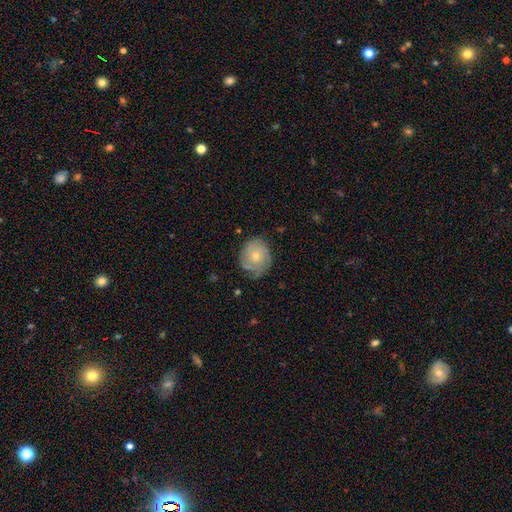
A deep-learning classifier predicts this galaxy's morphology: This appears to be a featured or disk galaxy (65%) with no bar (83%), tight (67%) spiral arms (88%) and a small central bulge (59%). Merging: none (71%).